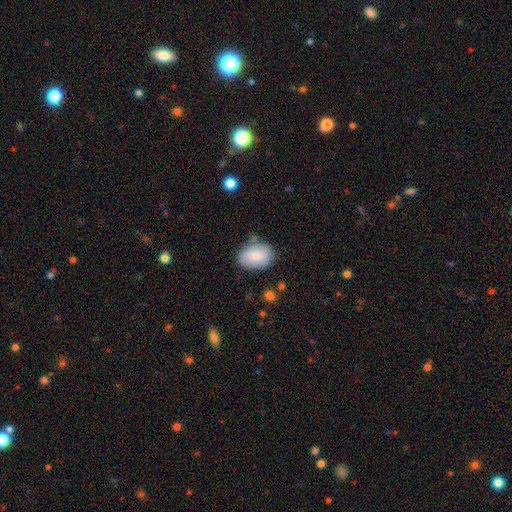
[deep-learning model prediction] A smooth galaxy with no disk features (76%) that is in between round and cigar-shaped (81%).

Vote fractions:
- Smooth or featured? smooth: 76% / featured or disk: 17% / star or artifact: 7%
- How rounded? in between: 81% / round: 18% / cigar-shaped: 1%
- Merging? none: 71% / minor disturbance: 20% / major disturbance: 5% / merger: 4%